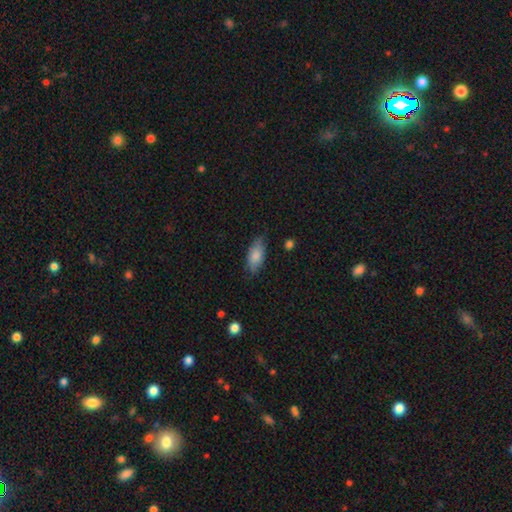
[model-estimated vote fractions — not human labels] Smooth or featured? smooth (83%)
How rounded? in between (85%)
Merging? none (77%)